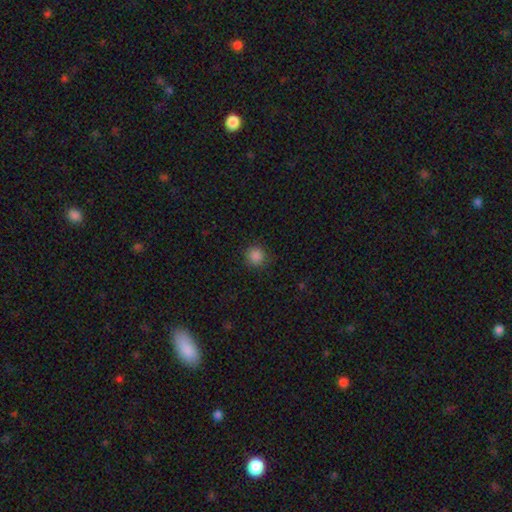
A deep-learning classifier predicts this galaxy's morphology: This appears to be a smooth galaxy with no disk features (85%) that is round (92%). Merging: none (87%).